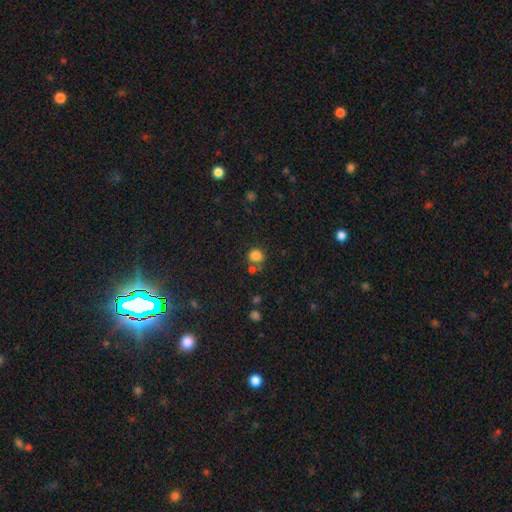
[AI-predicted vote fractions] A smooth galaxy with no disk features (82%) that is round (74%). Merging: none (60%).